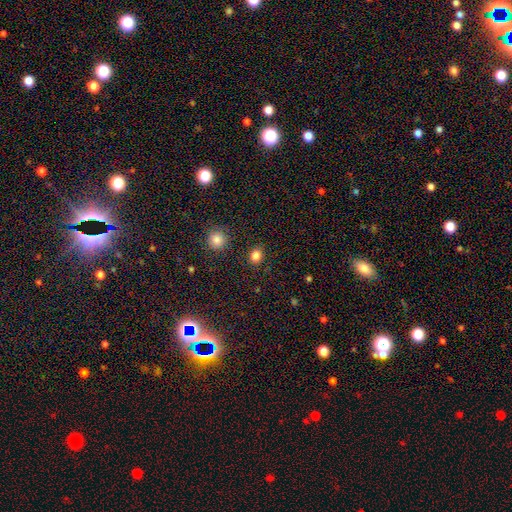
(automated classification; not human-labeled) Q: Smooth or featured?
A: smooth (83%); runner-up: star or artifact (12%)
Q: How rounded?
A: round (61%); runner-up: in between (38%)
Q: Merging?
A: none (88%); runner-up: minor disturbance (7%)